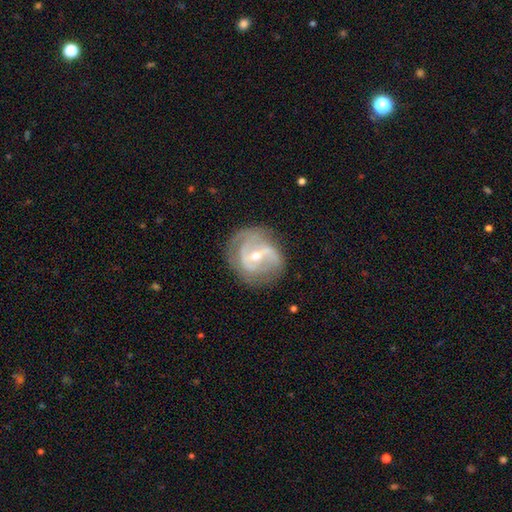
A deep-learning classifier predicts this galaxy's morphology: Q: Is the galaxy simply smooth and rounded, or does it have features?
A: featured or disk — 82%.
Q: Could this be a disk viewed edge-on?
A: no — 97%.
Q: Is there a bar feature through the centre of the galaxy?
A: weak — 44%.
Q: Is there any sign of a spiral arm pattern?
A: yes — 86%.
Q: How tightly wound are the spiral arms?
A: medium — 43%.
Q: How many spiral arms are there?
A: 2 — 59%.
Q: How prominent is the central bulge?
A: moderate — 50%.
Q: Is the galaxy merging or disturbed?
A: none — 66%.